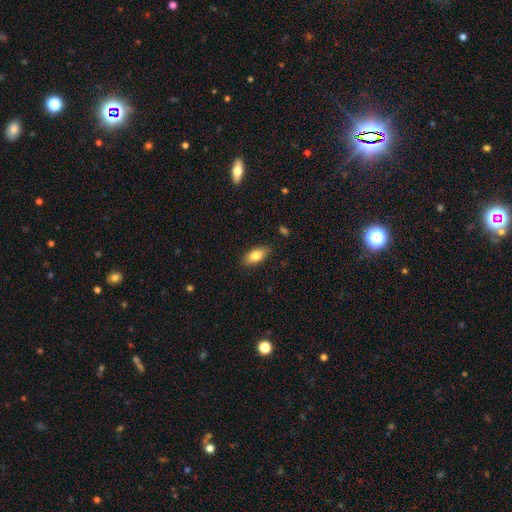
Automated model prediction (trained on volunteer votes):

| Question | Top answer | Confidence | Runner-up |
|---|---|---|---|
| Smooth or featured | smooth | 80% | featured or disk (13%) |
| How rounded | in between | 88% | cigar-shaped (8%) |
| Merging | none | 85% | minor disturbance (11%) |